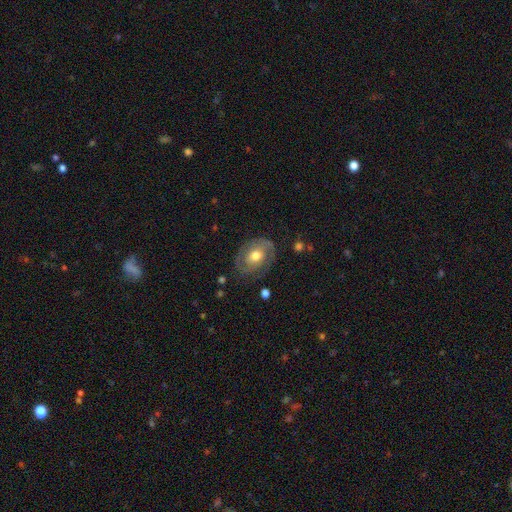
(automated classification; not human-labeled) A featured or disk galaxy (65%) with no bar (72%), spiral arms (73%) and a moderate central bulge (74%). Merging: none (75%).